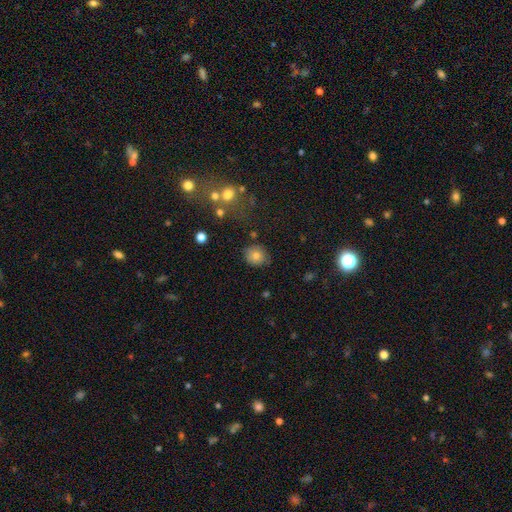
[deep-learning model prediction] Smooth or featured? smooth (77%)
How rounded? round (82%)
Merging? none (81%)